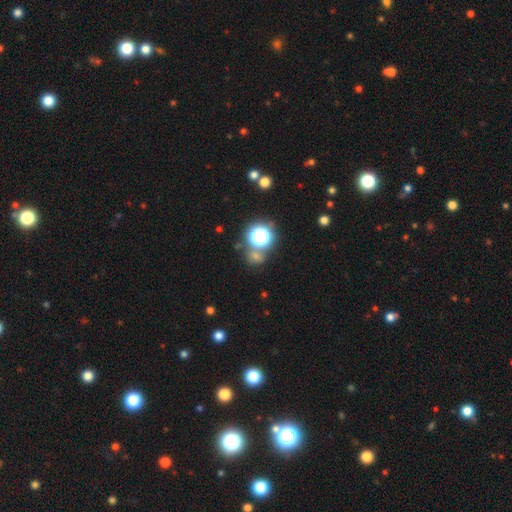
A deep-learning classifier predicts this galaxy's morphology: Overall: star or artifact (47%; smooth 45%).